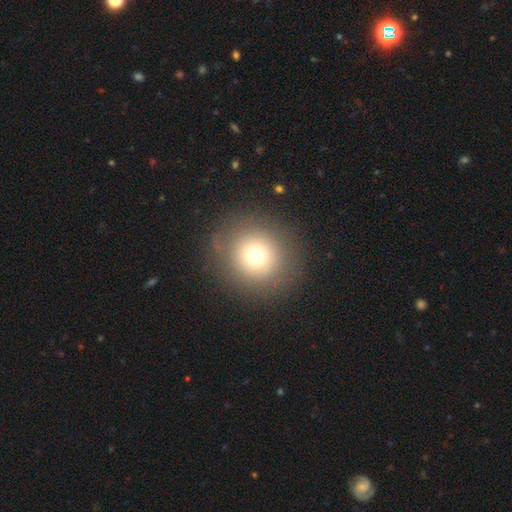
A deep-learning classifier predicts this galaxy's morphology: smooth 71%, star or artifact 17%, featured or disk 13%. Down the decision tree: how rounded — round (94%); merging — none (85%).